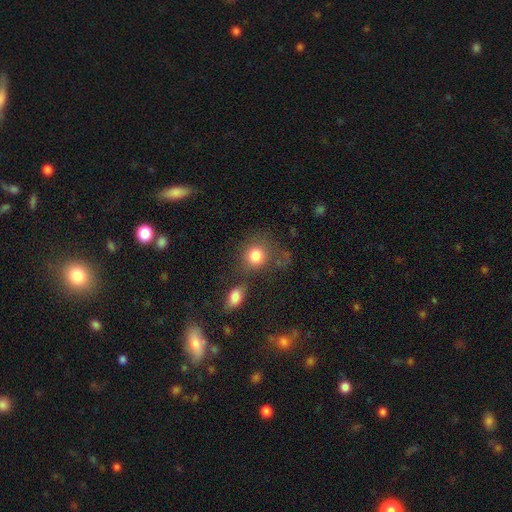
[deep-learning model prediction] Smooth or featured? Predicted: smooth (p=0.82). How rounded? Predicted: round (p=0.78). Merging? Predicted: none (p=0.53).